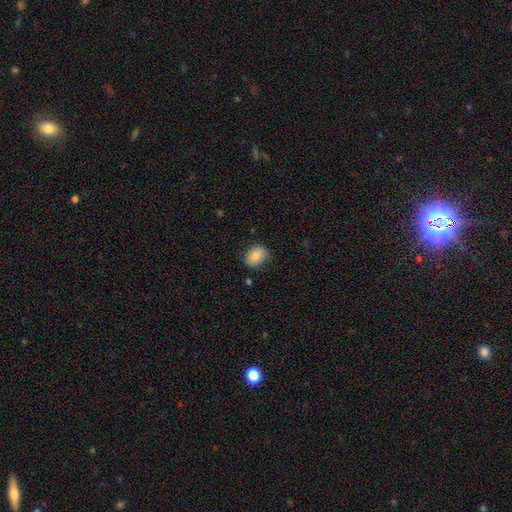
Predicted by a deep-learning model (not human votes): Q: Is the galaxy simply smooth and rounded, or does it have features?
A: smooth — 82%.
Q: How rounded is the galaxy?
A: in between — 54%.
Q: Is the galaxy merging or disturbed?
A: none — 69%.